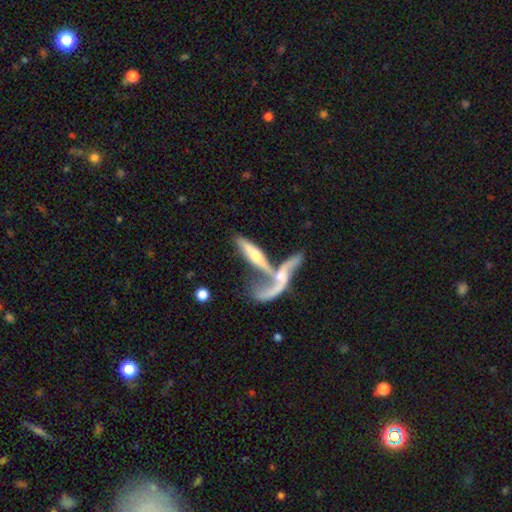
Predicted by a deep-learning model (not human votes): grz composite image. It shows a featured or disk galaxy (65%) viewed edge-on (66%). Merging: merger (59%).